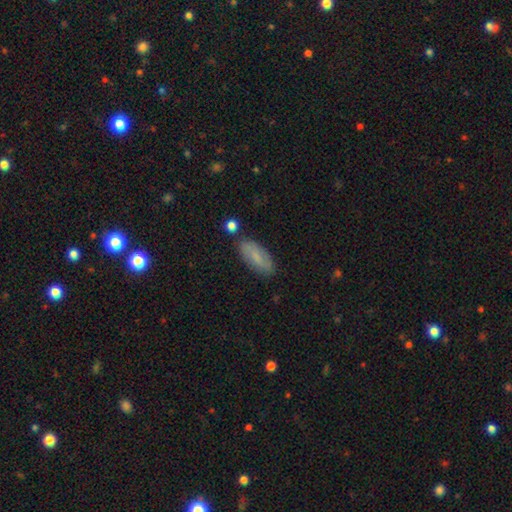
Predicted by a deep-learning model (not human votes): Overall: smooth (67%). How rounded: in between (81%). Merging: none (80%).